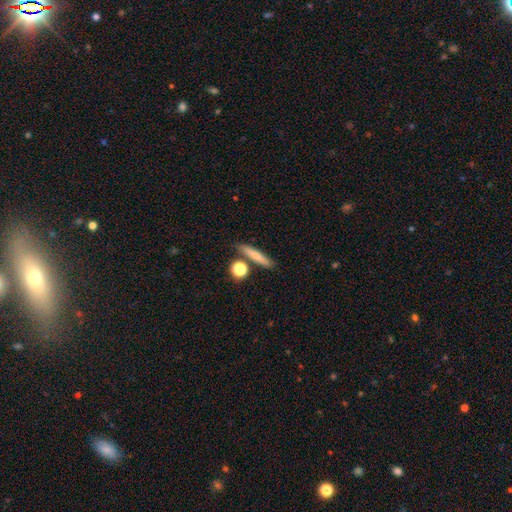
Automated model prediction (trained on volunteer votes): smooth_or_featured: smooth (p=0.71) [alt: featured or disk p=0.21]
how_rounded: cigar-shaped (p=0.79) [alt: in between p=0.12]
merging: none (p=0.79) [alt: minor disturbance p=0.09]